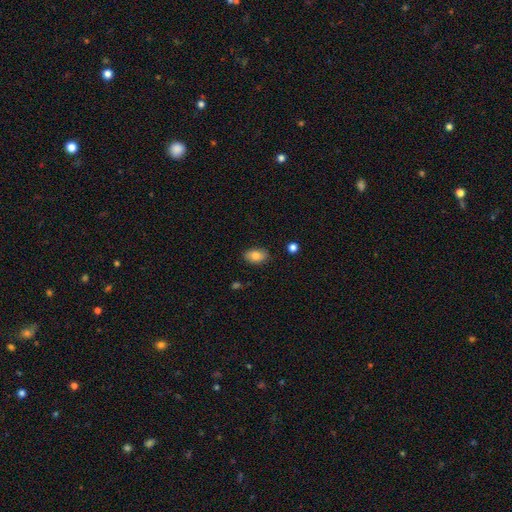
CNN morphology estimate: smooth_or_featured: smooth (p=0.82) [alt: featured or disk p=0.10]
how_rounded: in between (p=0.89) [alt: round p=0.10]
merging: none (p=0.86) [alt: minor disturbance p=0.11]